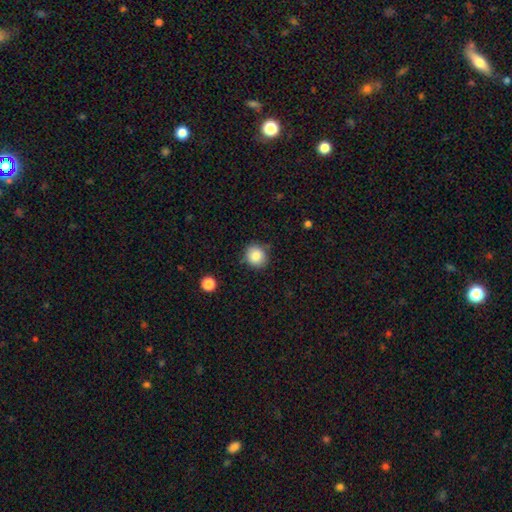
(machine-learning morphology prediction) Q: Smooth or featured?
A: smooth (85%); runner-up: star or artifact (9%)
Q: How rounded?
A: round (86%); runner-up: in between (13%)
Q: Merging?
A: none (83%); runner-up: minor disturbance (12%)